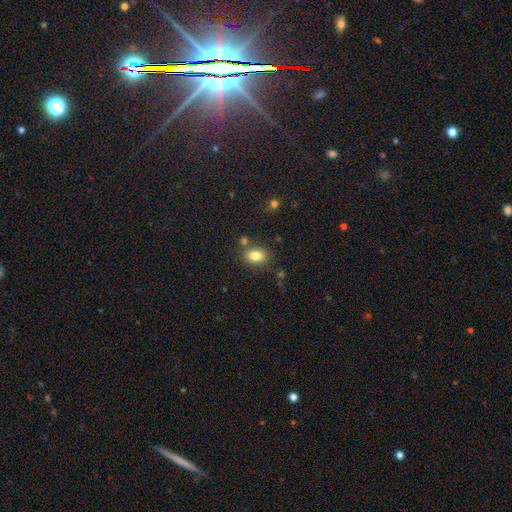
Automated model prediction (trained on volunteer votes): A smooth galaxy with no disk features (83%) that is in between round and cigar-shaped (81%).

Vote fractions:
- Smooth or featured? smooth: 83% / star or artifact: 9% / featured or disk: 8%
- How rounded? in between: 81% / round: 17% / cigar-shaped: 2%
- Merging? none: 76% / minor disturbance: 12% / merger: 9% / major disturbance: 3%